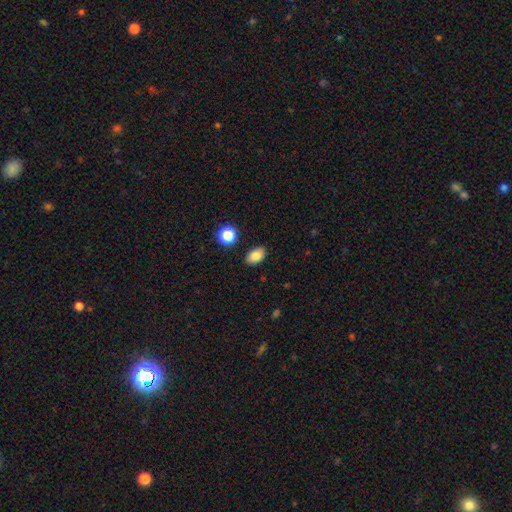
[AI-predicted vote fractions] smooth-or-featured: smooth: 85% | star or artifact: 9% | featured or disk: 6%
  how-rounded: in between: 87% | round: 12% | cigar-shaped: 1%
  merging: none: 86% | minor disturbance: 9% | merger: 2% | major disturbance: 2%